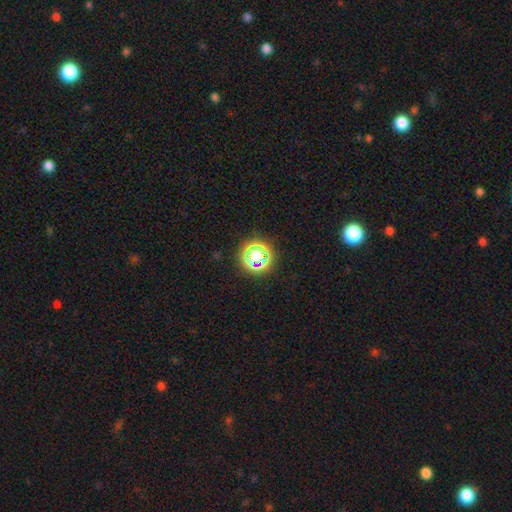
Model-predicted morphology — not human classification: Smooth or featured? star or artifact (52%)